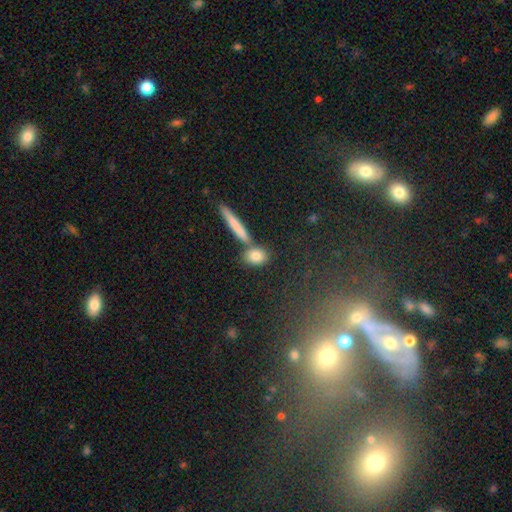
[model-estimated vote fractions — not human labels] smooth-or-featured: smooth: 81% | featured or disk: 10% | star or artifact: 9%
  how-rounded: in between: 50% | round: 32% | cigar-shaped: 17%
  merging: none: 67% | merger: 20% | minor disturbance: 10% | major disturbance: 3%